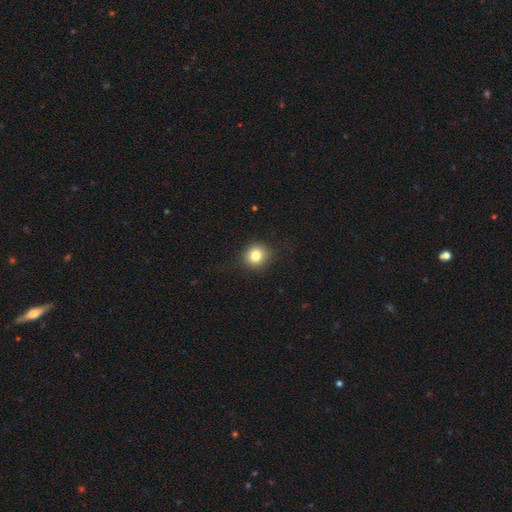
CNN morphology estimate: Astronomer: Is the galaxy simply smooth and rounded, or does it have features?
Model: smooth — 80%.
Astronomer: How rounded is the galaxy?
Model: round — 86%.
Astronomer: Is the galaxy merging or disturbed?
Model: none — 88%.